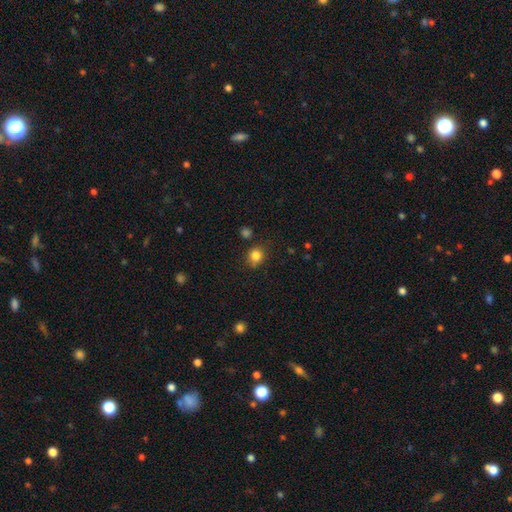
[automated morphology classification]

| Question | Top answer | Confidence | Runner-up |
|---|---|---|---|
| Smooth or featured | smooth | 84% | star or artifact (11%) |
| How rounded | round | 74% | in between (25%) |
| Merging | none | 79% | minor disturbance (14%) |